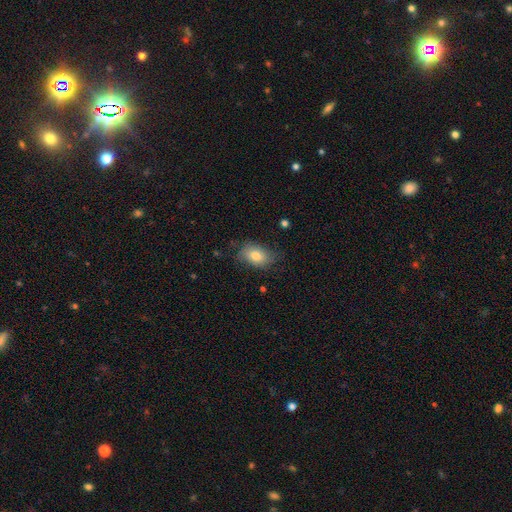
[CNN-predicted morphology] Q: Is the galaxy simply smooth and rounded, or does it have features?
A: smooth — 78%.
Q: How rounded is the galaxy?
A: in between — 84%.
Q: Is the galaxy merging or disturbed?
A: none — 66%.